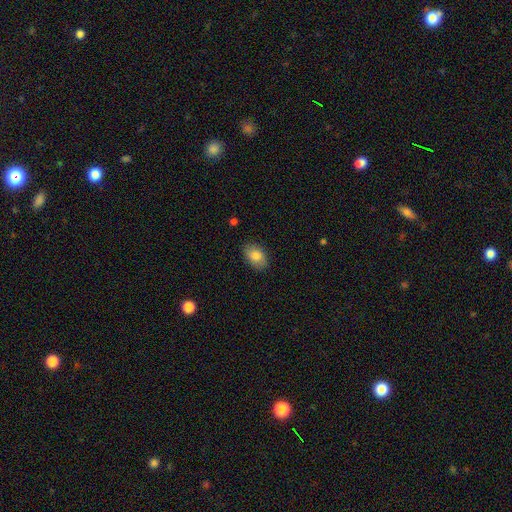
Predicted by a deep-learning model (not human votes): Smooth or featured? Predicted: smooth (p=0.83). How rounded? Predicted: in between (p=0.88). Merging? Predicted: none (p=0.85).